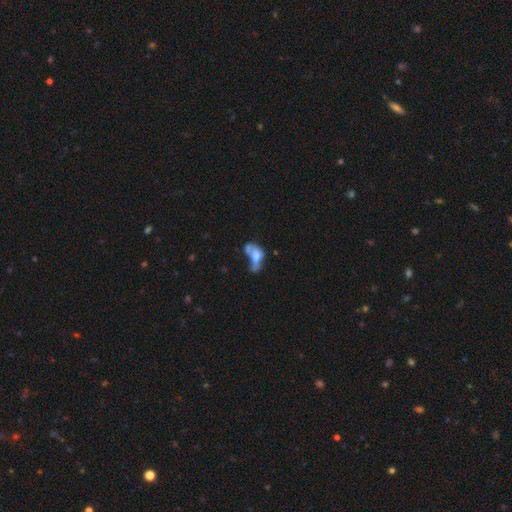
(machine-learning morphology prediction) This appears to be a smooth galaxy with no disk features (52%) that is in between round and cigar-shaped (80%). Merging: merger (41%).